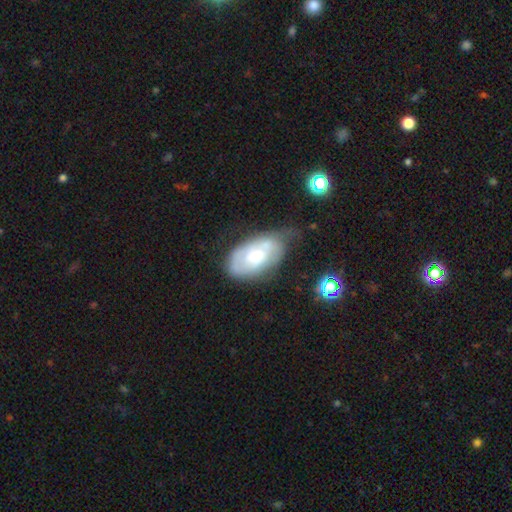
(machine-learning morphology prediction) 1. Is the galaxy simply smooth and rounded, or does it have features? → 57% featured or disk, 37% smooth, 7% star or artifact.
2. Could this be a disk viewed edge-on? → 94% no, 6% yes.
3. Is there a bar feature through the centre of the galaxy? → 71% no, 25% weak, 5% strong.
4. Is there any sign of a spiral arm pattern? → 61% yes, 39% no.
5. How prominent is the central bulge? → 53% moderate, 36% small, 7% large, 2% none, 1% dominant.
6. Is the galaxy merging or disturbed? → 39% none, 37% minor disturbance, 17% major disturbance, 6% merger.